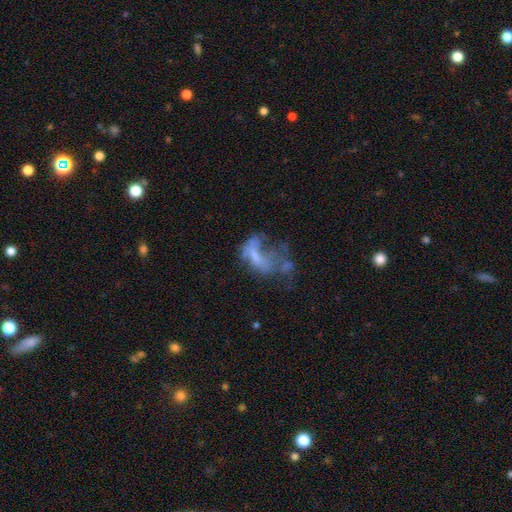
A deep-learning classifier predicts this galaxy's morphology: Smooth or featured: featured or disk — 51% (smooth — 32%)
Edge-on disk: no — 97% (yes — 3%)
Merging: major disturbance — 43% (merger — 24%)